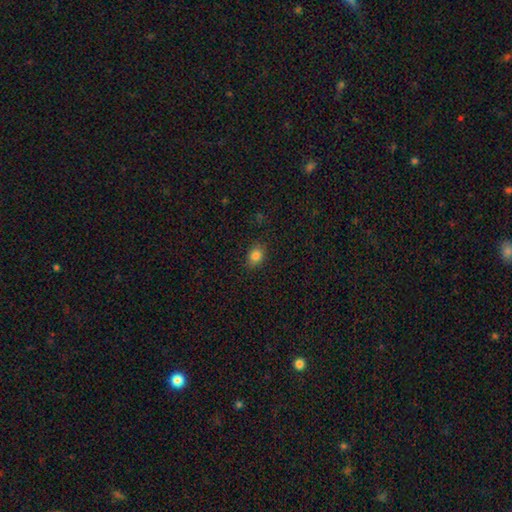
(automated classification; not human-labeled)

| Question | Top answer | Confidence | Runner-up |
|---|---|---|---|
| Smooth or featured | smooth | 83% | star or artifact (11%) |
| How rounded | in between | 62% | round (36%) |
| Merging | none | 86% | minor disturbance (11%) |